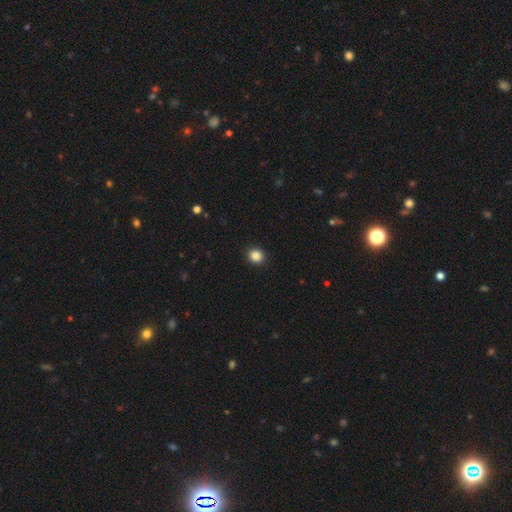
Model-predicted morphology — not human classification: Smooth or featured?
  - smooth: 86% *
  - star or artifact: 11%
  - featured or disk: 3%
How rounded?
  - round: 84% *
  - in between: 15%
  - cigar-shaped: 1%
Merging?
  - none: 92% *
  - minor disturbance: 5%
  - major disturbance: 2%
  - merger: 1%